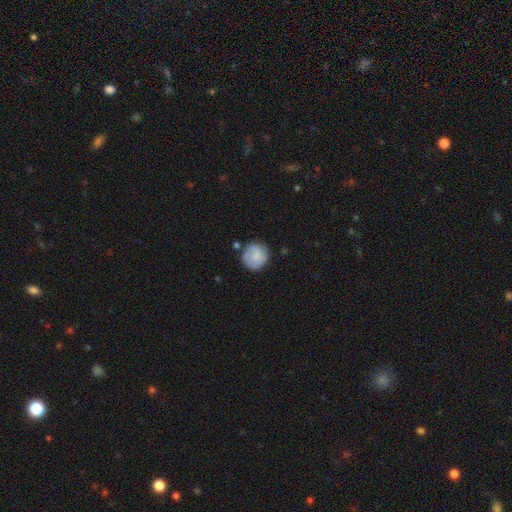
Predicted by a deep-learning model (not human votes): Morphology: type=smooth (70%); roundness=round (91%); merging=none (76%).